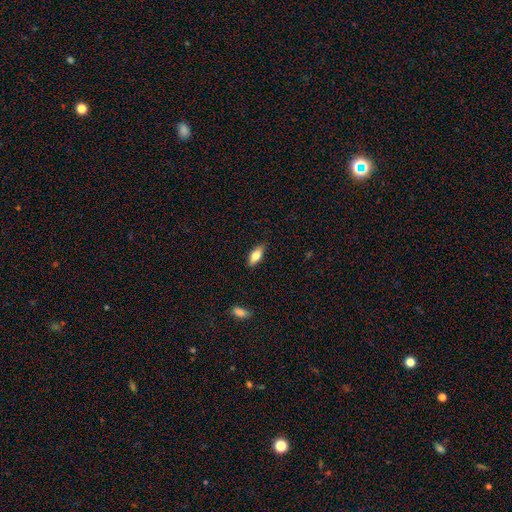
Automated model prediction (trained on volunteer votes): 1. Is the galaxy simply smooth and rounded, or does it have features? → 68% smooth, 26% featured or disk, 7% star or artifact.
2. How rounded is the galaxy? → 74% in between, 23% cigar-shaped, 3% round.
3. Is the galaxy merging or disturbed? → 85% none, 11% minor disturbance, 2% major disturbance, 1% merger.